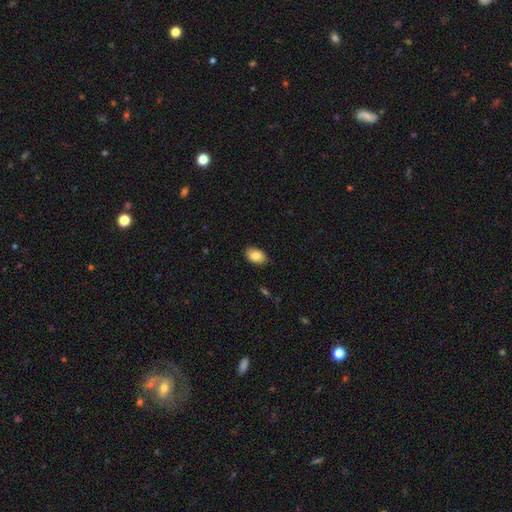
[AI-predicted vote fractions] Morphology: type=smooth (83%); roundness=in between (90%); merging=none (85%).